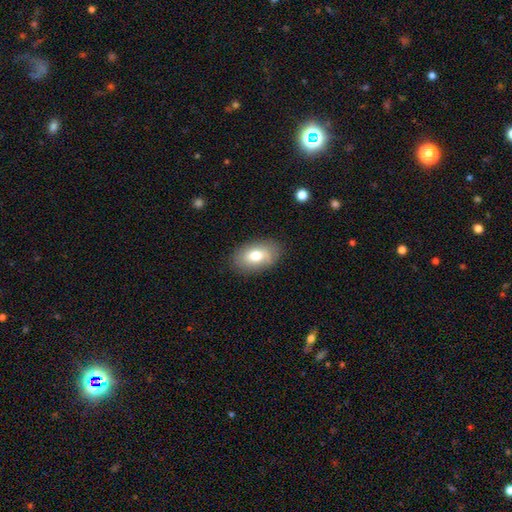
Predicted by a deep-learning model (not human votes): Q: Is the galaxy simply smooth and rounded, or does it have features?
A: smooth — 73%.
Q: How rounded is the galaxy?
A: in between — 90%.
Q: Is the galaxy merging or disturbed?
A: none — 82%.